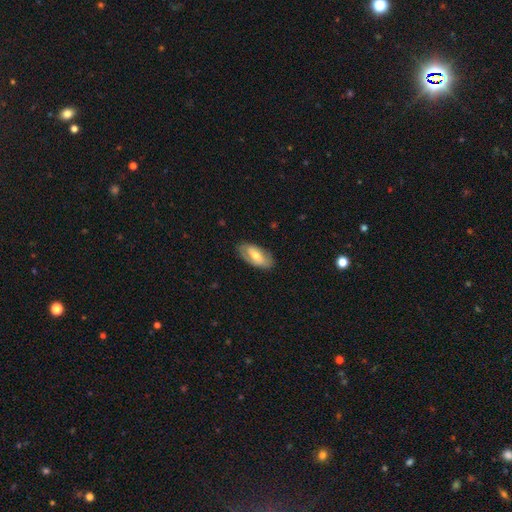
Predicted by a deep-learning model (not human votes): Morphology: type=smooth (51%); roundness=in between (90%); merging=none (77%).